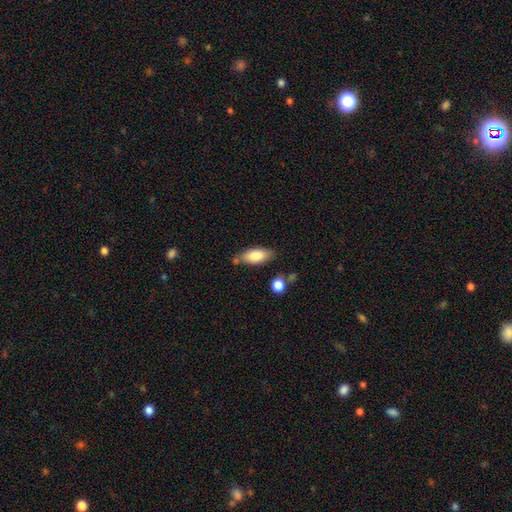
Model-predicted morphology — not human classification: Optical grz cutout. It shows a smooth galaxy with no disk features (82%) that is in between round and cigar-shaped (84%). Merging: none (70%).